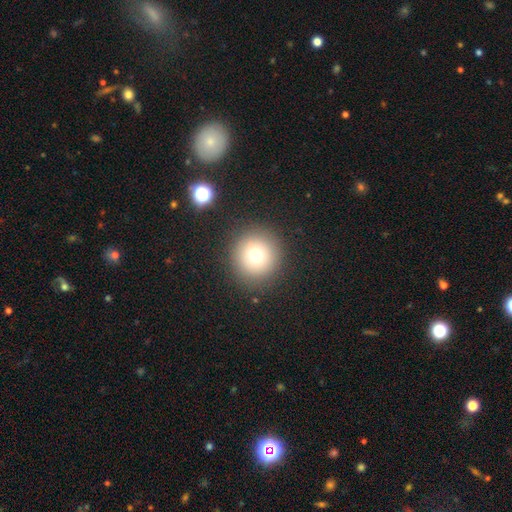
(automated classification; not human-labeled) The model was most divided on "smooth or featured": smooth: 72%, star or artifact: 16%, featured or disk: 12%. More confident: how rounded — round (94%); merging — none (88%).